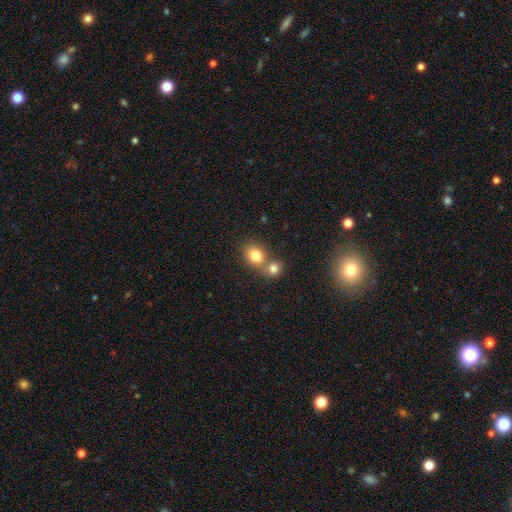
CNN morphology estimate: Q: Smooth or featured?
A: smooth (80%); runner-up: star or artifact (11%)
Q: How rounded?
A: round (66%); runner-up: in between (33%)
Q: Merging?
A: merger (49%); runner-up: none (42%)